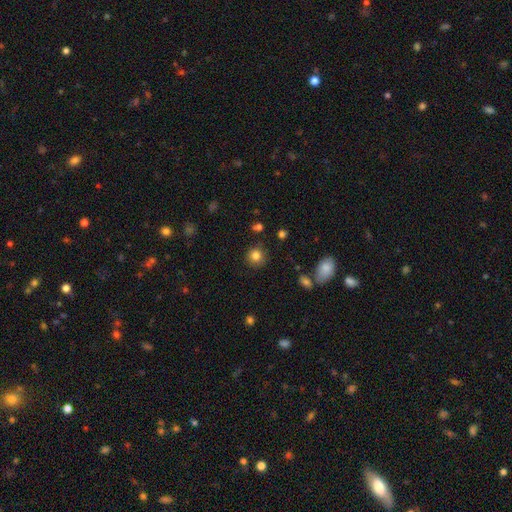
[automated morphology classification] smooth_or_featured: smooth (p=0.82) [alt: star or artifact p=0.11]
how_rounded: round (p=0.91) [alt: in between p=0.08]
merging: none (p=0.87) [alt: minor disturbance p=0.08]